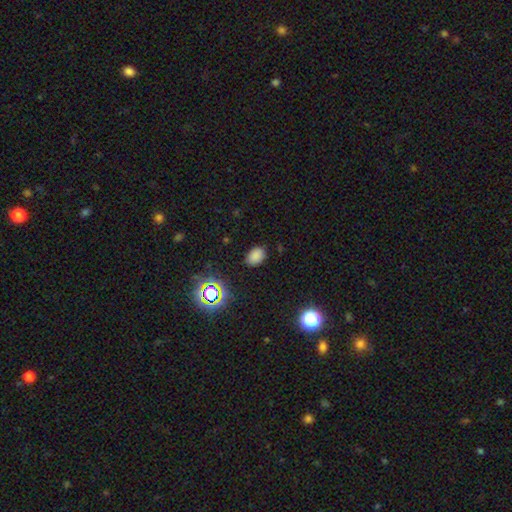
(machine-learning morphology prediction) Q: Smooth or featured?
A: smooth (77%); runner-up: star or artifact (18%)
Q: How rounded?
A: in between (78%); runner-up: round (21%)
Q: Merging?
A: none (84%); runner-up: minor disturbance (12%)